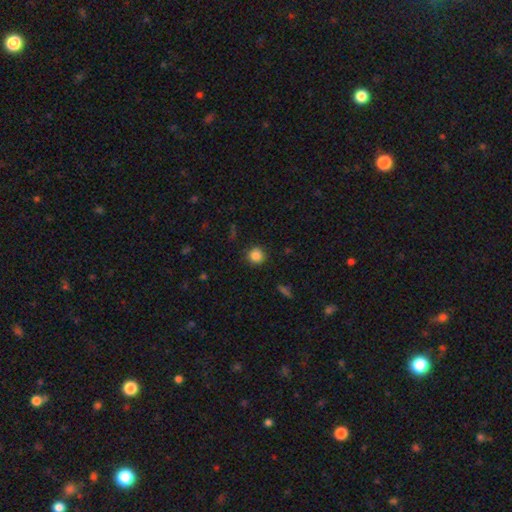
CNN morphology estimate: A smooth galaxy with no disk features (86%) that is round (92%).

Vote fractions:
- Smooth or featured? smooth: 86% / star or artifact: 10% / featured or disk: 4%
- How rounded? round: 92% / in between: 7% / cigar-shaped: 1%
- Merging? none: 88% / minor disturbance: 8% / major disturbance: 2% / merger: 1%